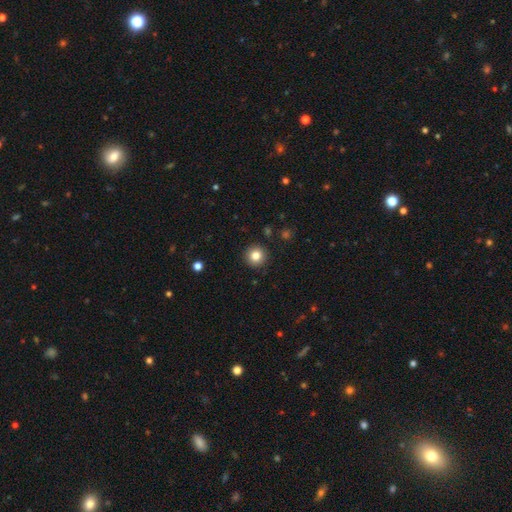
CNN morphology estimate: A smooth galaxy with no disk features (82%) that is round (95%).

Vote fractions:
- Smooth or featured? smooth: 82% / star or artifact: 11% / featured or disk: 7%
- How rounded? round: 95% / in between: 4% / cigar-shaped: 1%
- Merging? none: 92% / minor disturbance: 5% / major disturbance: 2% / merger: 1%